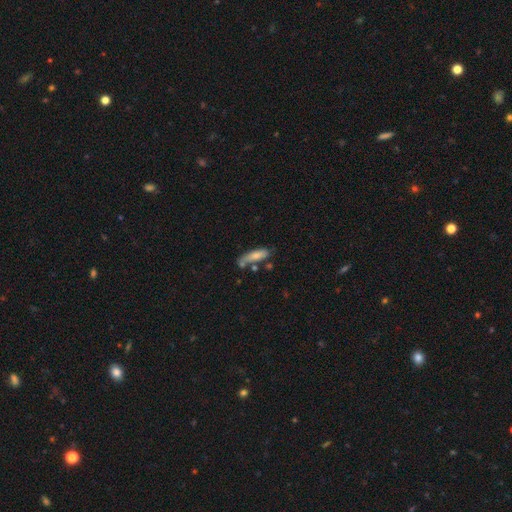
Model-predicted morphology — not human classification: smooth 73%, featured or disk 20%, star or artifact 7%. Down the decision tree: how rounded — cigar-shaped (57%); merging — none (52%).